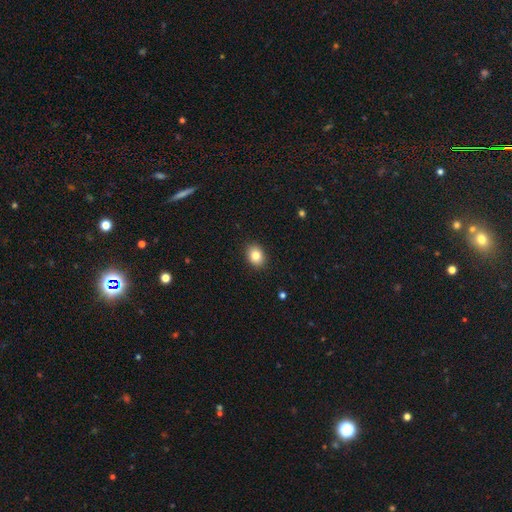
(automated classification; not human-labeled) This is clearly a smooth galaxy (83%). How rounded: possibly in between (50%, tied with round). Merging: clearly none (90%).